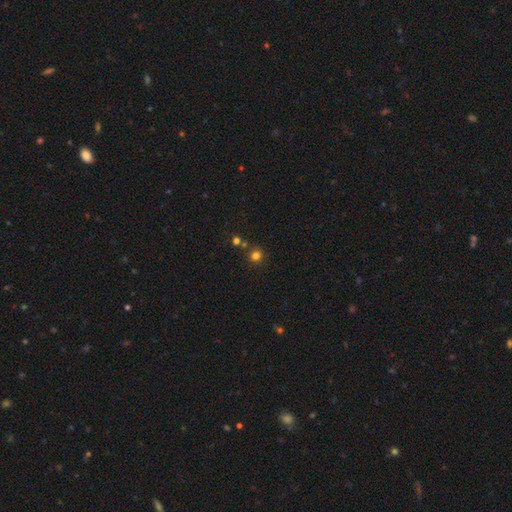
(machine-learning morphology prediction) type=smooth (76%); roundness=round (93%); merging=none (78%).